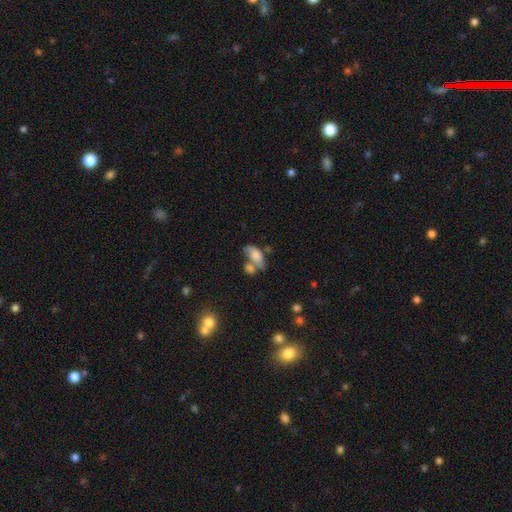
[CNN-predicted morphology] Smooth or featured: smooth — 69% (featured or disk — 22%)
How rounded: in between — 88% (cigar-shaped — 6%)
Merging: merger — 45% (none — 27%)